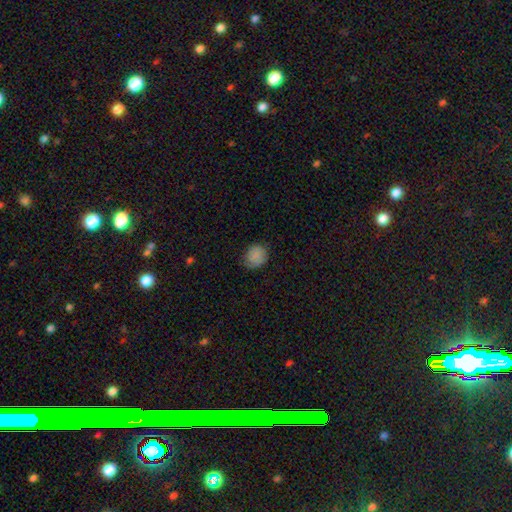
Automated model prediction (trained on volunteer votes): Smooth or featured? smooth (85%)
How rounded? round (68%)
Merging? none (70%)